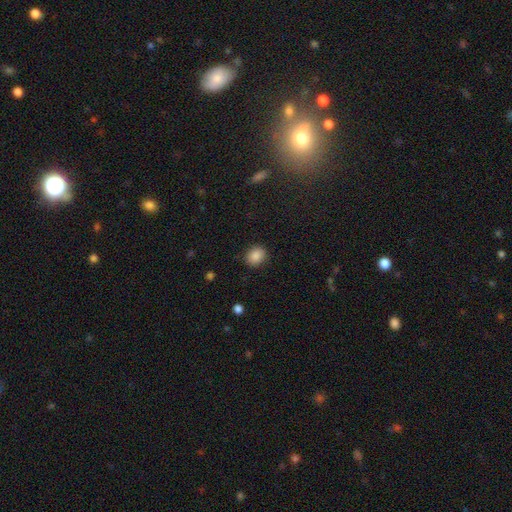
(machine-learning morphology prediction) This appears to be a smooth galaxy with no disk features (86%) that is round (62%). Merging: none (87%).